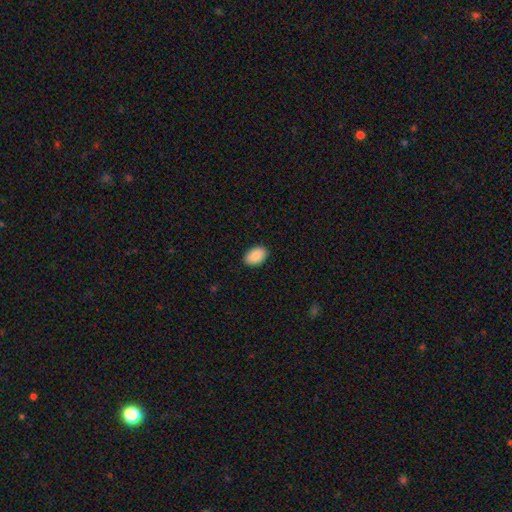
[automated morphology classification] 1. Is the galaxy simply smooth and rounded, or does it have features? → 90% smooth, 6% star or artifact, 4% featured or disk.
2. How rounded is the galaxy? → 92% in between, 7% round, 1% cigar-shaped.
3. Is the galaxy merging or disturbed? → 89% none, 8% minor disturbance, 2% major disturbance, 1% merger.